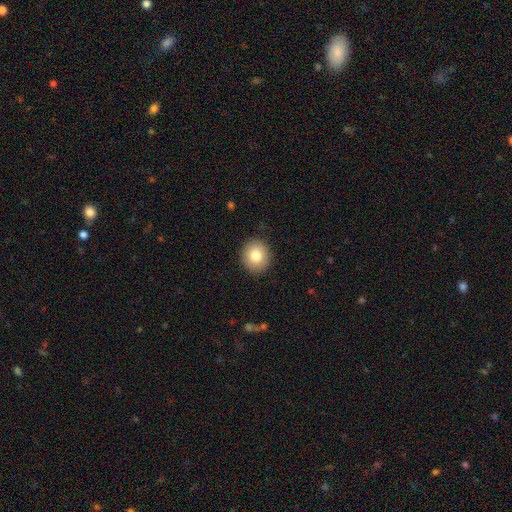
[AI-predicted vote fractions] A smooth galaxy with no disk features (81%) that is round (76%). Merging: none (89%).